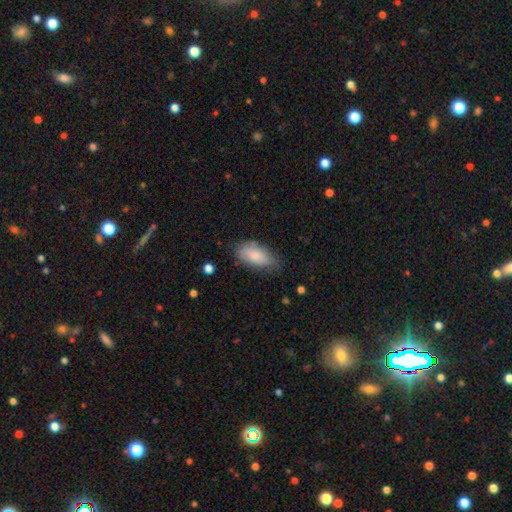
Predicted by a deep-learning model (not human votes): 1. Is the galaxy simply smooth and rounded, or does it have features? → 81% smooth, 12% featured or disk, 7% star or artifact.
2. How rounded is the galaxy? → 92% in between, 5% cigar-shaped, 3% round.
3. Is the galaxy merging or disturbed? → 57% none, 33% minor disturbance, 8% major disturbance, 2% merger.